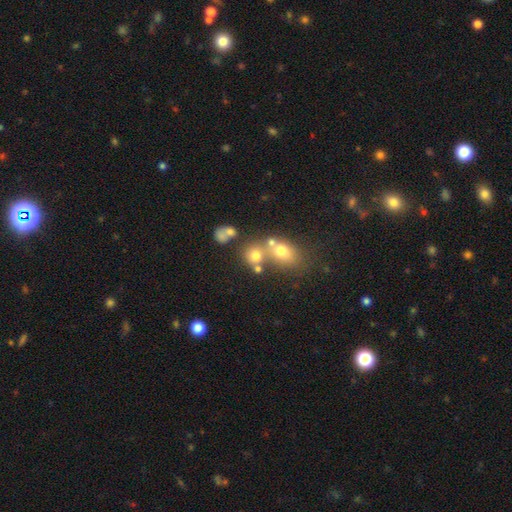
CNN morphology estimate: type=smooth (67%); roundness=round (71%); merging=merger (44%).